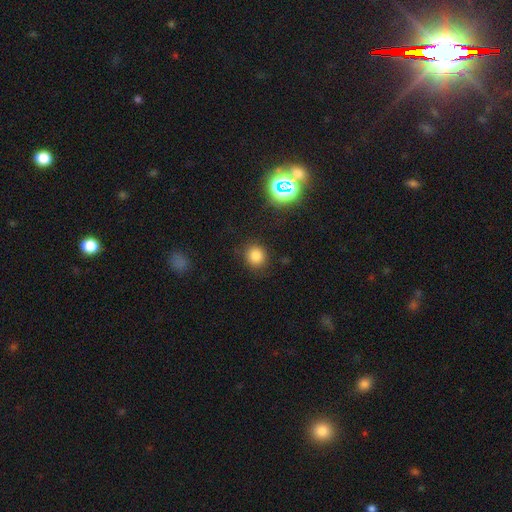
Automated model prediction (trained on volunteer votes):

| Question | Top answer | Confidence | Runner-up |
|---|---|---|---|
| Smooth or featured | smooth | 79% | star or artifact (16%) |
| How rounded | round | 87% | in between (12%) |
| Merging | none | 87% | minor disturbance (9%) |